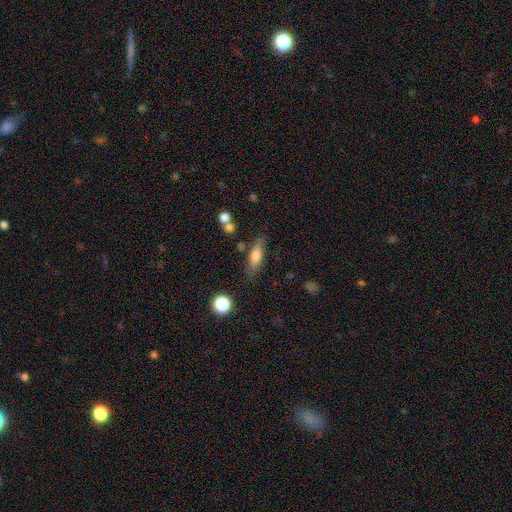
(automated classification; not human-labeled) This appears to be a smooth galaxy with no disk features (66%) that is cigar-shaped (49%). Merging: none (75%).